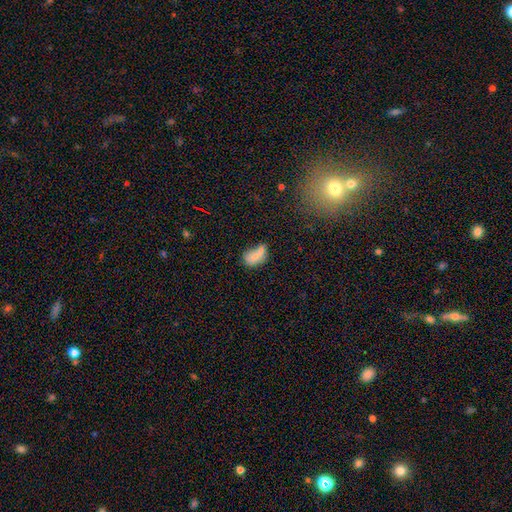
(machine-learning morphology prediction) Smooth or featured: smooth — 70% (featured or disk — 16%)
How rounded: in between — 85% (round — 10%)
Merging: none — 36% (merger — 25%)